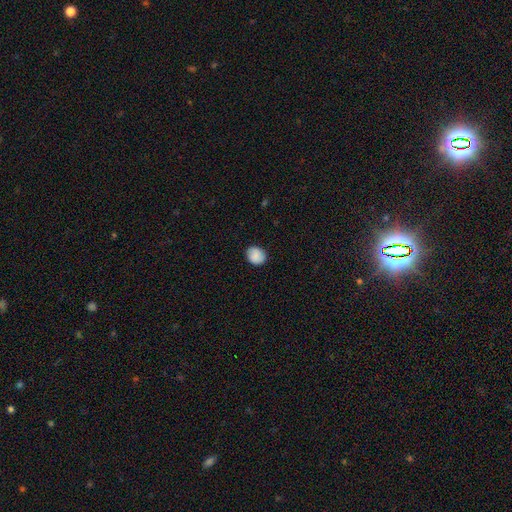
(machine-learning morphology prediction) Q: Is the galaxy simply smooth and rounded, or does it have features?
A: smooth — 84%.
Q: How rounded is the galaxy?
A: round — 70%.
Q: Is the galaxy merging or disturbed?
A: none — 85%.